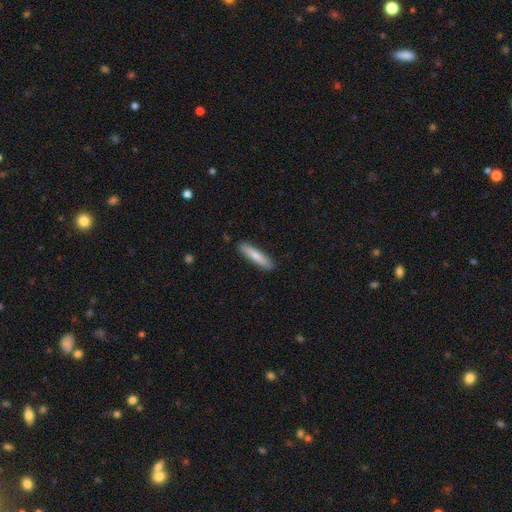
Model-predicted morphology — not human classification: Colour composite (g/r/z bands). It shows a smooth galaxy with no disk features (75%) that is cigar-shaped (85%). Merging: none (89%).